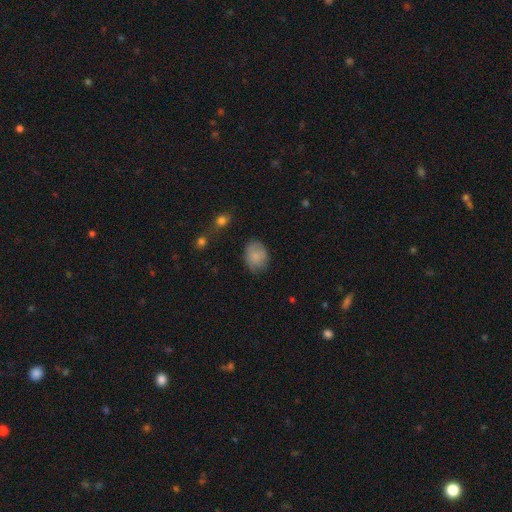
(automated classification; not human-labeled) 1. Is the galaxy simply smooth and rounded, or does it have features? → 81% smooth, 11% featured or disk, 8% star or artifact.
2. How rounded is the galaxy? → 65% in between, 34% round, 1% cigar-shaped.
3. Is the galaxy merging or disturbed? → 72% none, 21% minor disturbance, 5% major disturbance, 2% merger.